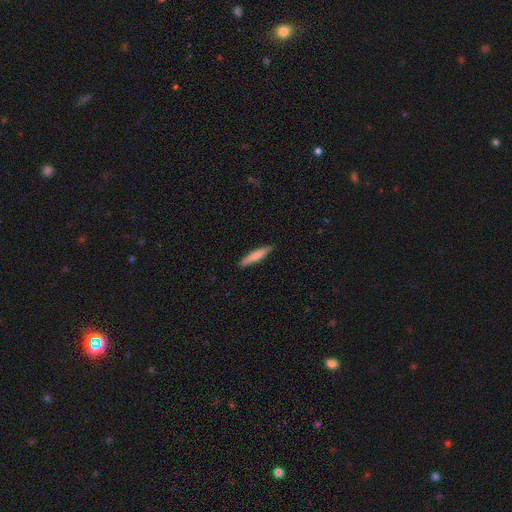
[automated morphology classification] Overall: smooth (72%). How rounded: cigar-shaped (91%). Merging: none (90%).